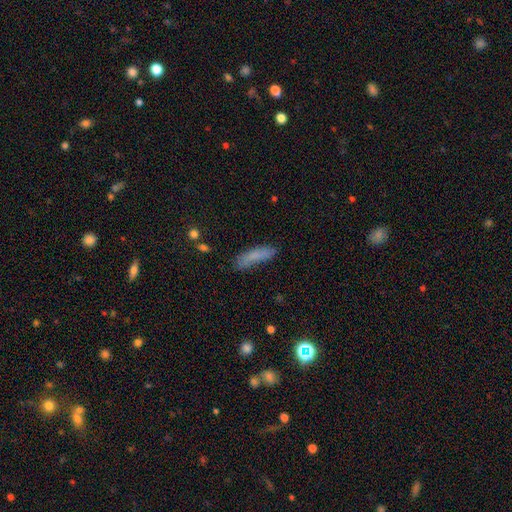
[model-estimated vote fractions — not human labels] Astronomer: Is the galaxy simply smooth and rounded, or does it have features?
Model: smooth — 77%.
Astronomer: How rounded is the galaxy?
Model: cigar-shaped — 70%.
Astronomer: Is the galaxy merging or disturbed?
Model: none — 61%.